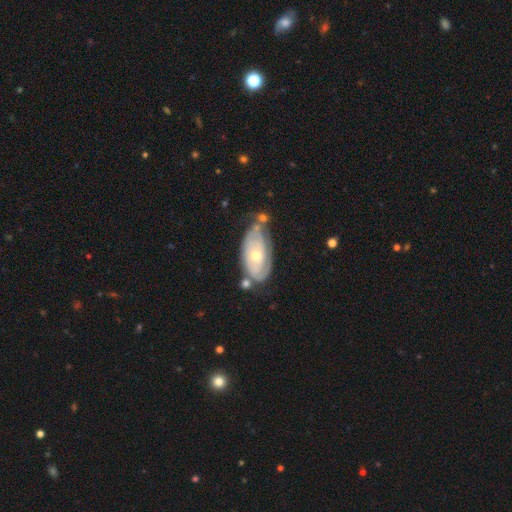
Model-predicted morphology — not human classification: type=featured or disk (69%); edge-on=no (92%); bar=no (80%); spiral arms=yes (74%); bulge=moderate (53%); merging=none (47%).